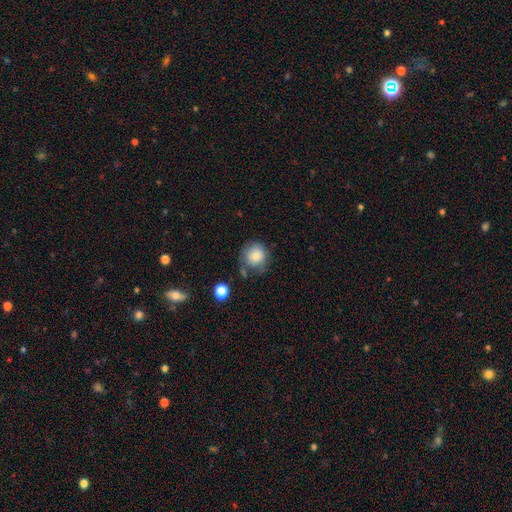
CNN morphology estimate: Smooth or featured? smooth (83%)
How rounded? round (87%)
Merging? none (60%)